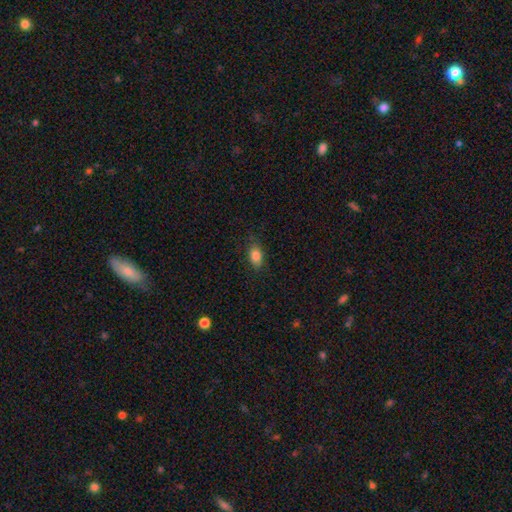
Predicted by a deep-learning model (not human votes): Overall: smooth (84%). How rounded: in between (86%). Merging: none (82%).